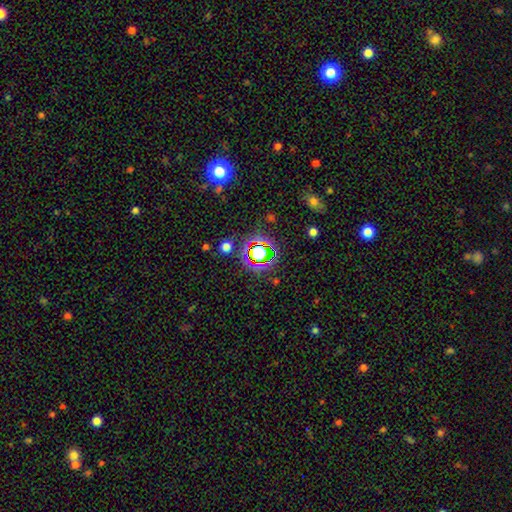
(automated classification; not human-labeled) Q: Smooth or featured?
A: star or artifact (61%); runner-up: smooth (27%)